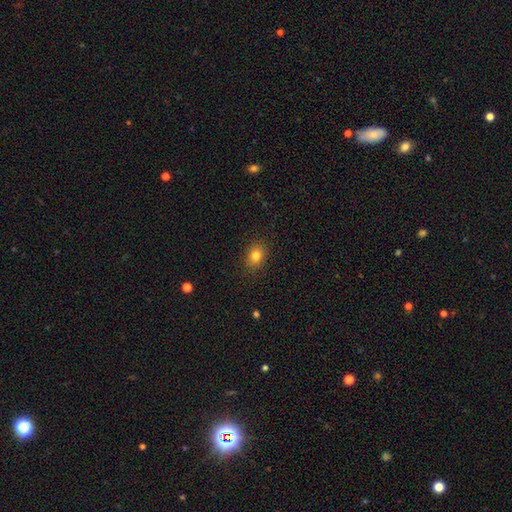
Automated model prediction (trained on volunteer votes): Overall: smooth (82%). How rounded: in between (57%; round 42%). Merging: none (87%).